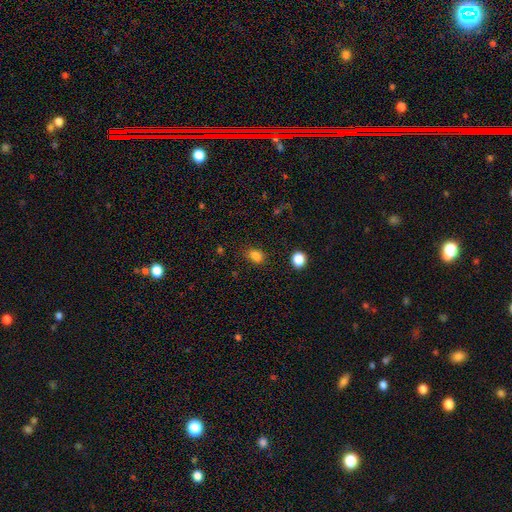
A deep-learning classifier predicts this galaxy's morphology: Smooth or featured? smooth (82%)
How rounded? in between (63%)
Merging? none (74%)